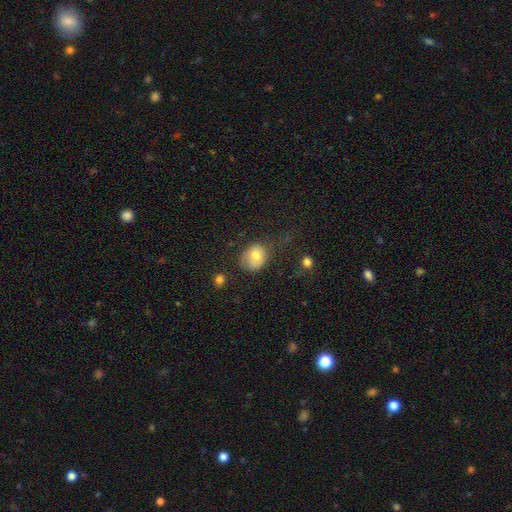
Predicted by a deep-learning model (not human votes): smooth-or-featured: smooth: 74% | featured or disk: 17% | star or artifact: 9%
  how-rounded: round: 57% | in between: 43% | cigar-shaped: 1%
  merging: none: 52% | minor disturbance: 29% | major disturbance: 15% | merger: 3%